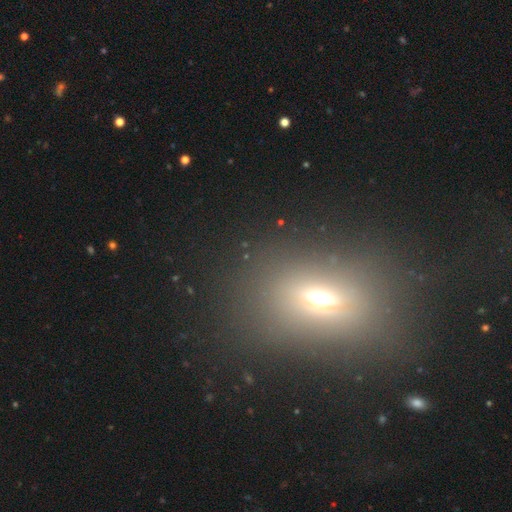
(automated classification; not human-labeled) A smooth galaxy with no disk features (46%).

Vote fractions:
- Smooth or featured? smooth: 46% / star or artifact: 39% / featured or disk: 16%
- Merging? none: 79% / minor disturbance: 10% / major disturbance: 7% / merger: 4%